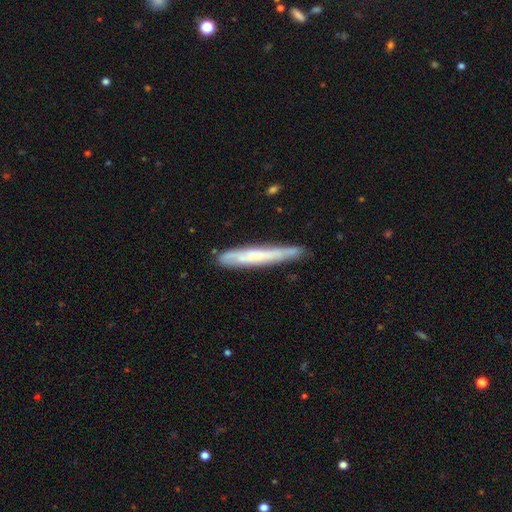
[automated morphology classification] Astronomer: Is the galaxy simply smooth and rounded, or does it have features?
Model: smooth — 49% (runner-up: featured or disk, 44%).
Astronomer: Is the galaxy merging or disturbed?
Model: none — 78%.